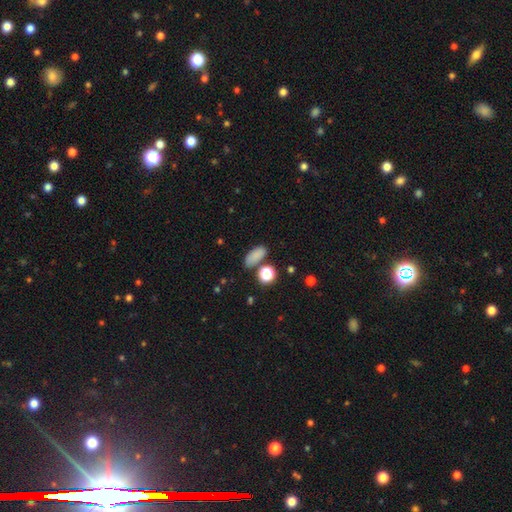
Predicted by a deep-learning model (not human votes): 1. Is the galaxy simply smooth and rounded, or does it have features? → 82% smooth, 12% star or artifact, 6% featured or disk.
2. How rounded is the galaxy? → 81% in between, 10% cigar-shaped, 9% round.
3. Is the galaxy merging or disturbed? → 74% none, 13% minor disturbance, 8% merger, 4% major disturbance.